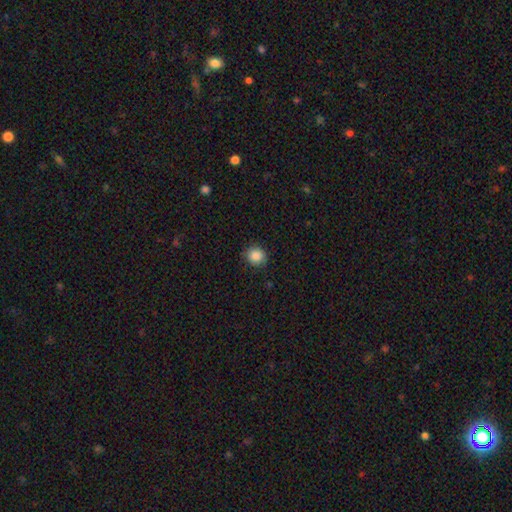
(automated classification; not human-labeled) Smooth or featured?
  - smooth: 87% *
  - star or artifact: 10%
  - featured or disk: 4%
How rounded?
  - round: 89% *
  - in between: 10%
  - cigar-shaped: 1%
Merging?
  - none: 86% *
  - minor disturbance: 10%
  - major disturbance: 2%
  - merger: 1%